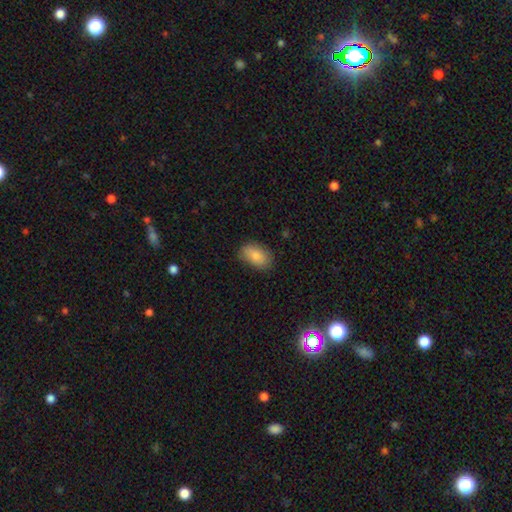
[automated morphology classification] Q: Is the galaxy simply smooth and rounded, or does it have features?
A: smooth — 85%.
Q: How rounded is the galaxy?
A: in between — 91%.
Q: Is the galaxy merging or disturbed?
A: none — 79%.